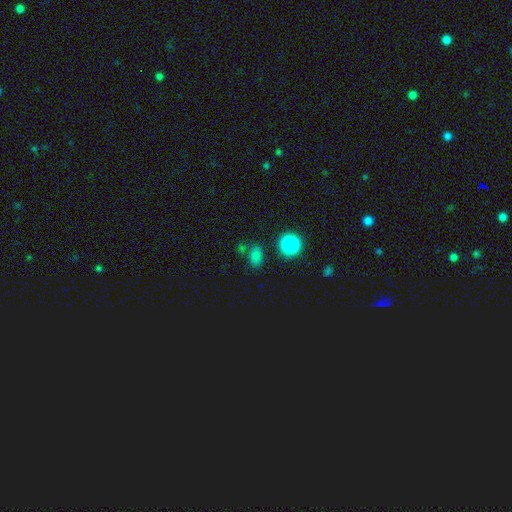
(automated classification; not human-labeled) This appears to be a smooth galaxy with no disk features (68%) that is in between round and cigar-shaped (66%). Merging: none (73%).